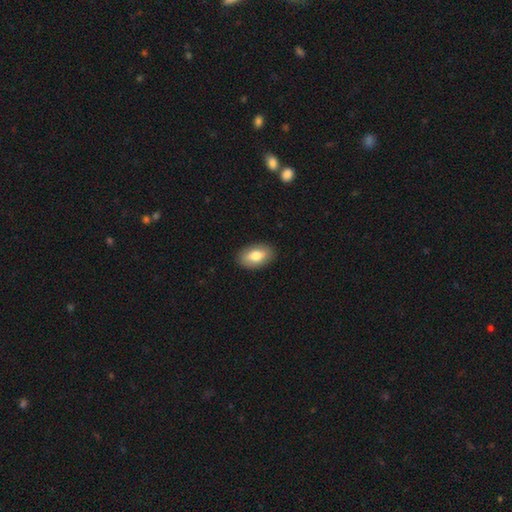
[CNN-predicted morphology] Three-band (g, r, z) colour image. It shows a smooth galaxy with no disk features (76%) that is in between round and cigar-shaped (92%). Merging: none (88%).